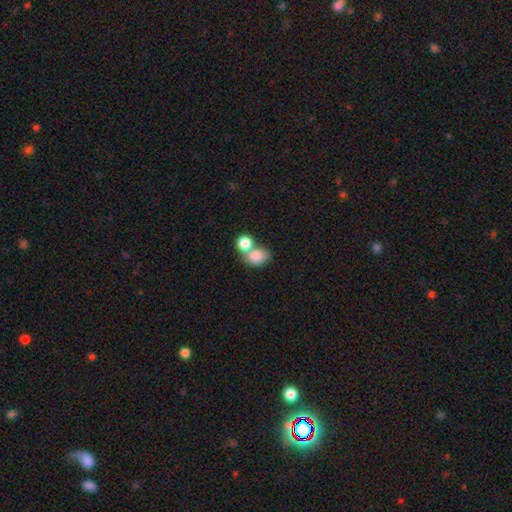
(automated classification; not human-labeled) Smooth or featured?
  - smooth: 83% *
  - featured or disk: 9%
  - star or artifact: 9%
How rounded?
  - in between: 52% *
  - round: 47%
  - cigar-shaped: 1%
Merging?
  - merger: 54% *
  - none: 32%
  - minor disturbance: 9%
  - major disturbance: 5%